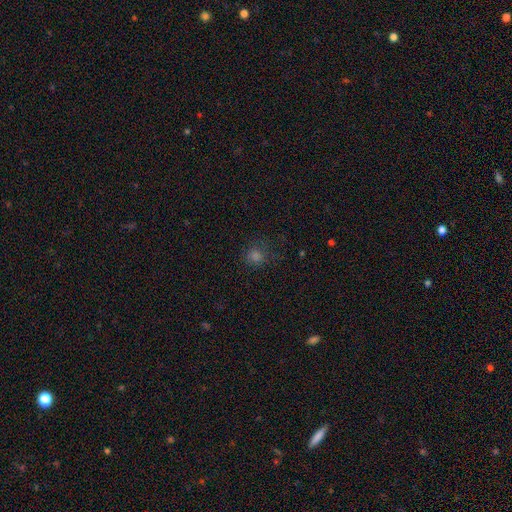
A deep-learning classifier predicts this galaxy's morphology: smooth-or-featured: smooth: 67% | star or artifact: 27% | featured or disk: 6%
  how-rounded: round: 87% | in between: 12% | cigar-shaped: 1%
  merging: none: 78% | minor disturbance: 14% | major disturbance: 7% | merger: 2%